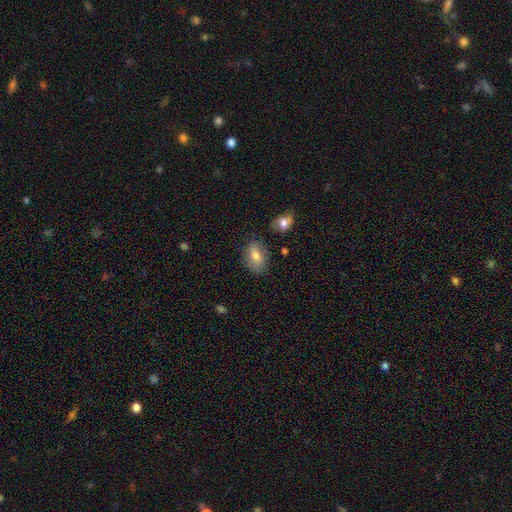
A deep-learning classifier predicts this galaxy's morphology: smooth 75%, featured or disk 17%, star or artifact 8%. Down the decision tree: how rounded — in between (83%); merging — none (77%).